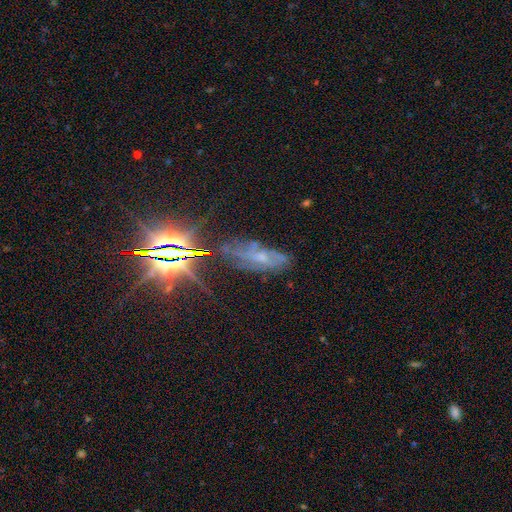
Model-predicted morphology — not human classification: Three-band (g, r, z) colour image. It shows a star or artifact, not a galaxy (47%).